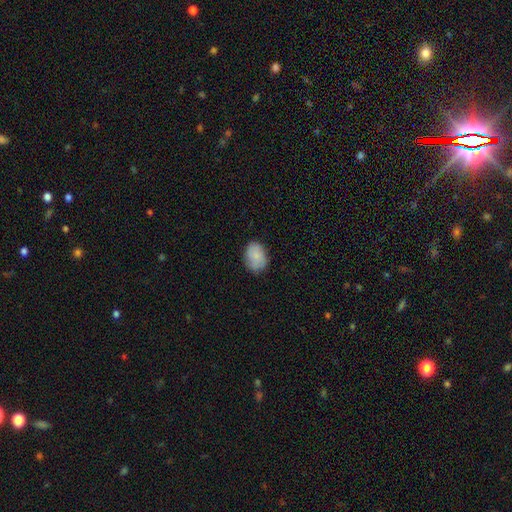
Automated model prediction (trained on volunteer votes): A smooth galaxy with no disk features (80%) that is in between round and cigar-shaped (72%).

Vote fractions:
- Smooth or featured? smooth: 80% / featured or disk: 13% / star or artifact: 7%
- How rounded? in between: 72% / round: 27% / cigar-shaped: 1%
- Merging? none: 76% / minor disturbance: 19% / major disturbance: 4% / merger: 1%